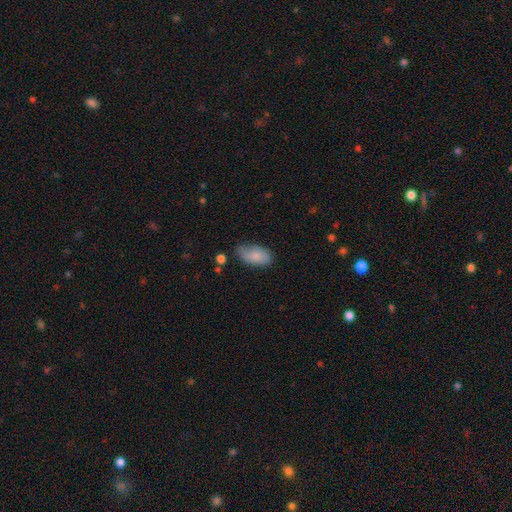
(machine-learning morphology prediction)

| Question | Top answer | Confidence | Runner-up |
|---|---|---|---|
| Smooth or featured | smooth | 82% | featured or disk (12%) |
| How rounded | in between | 94% | round (3%) |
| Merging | none | 61% | minor disturbance (30%) |